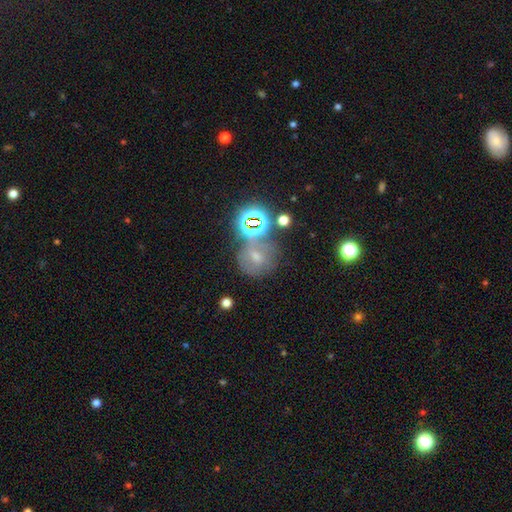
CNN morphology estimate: Smooth or featured? star or artifact (43%)